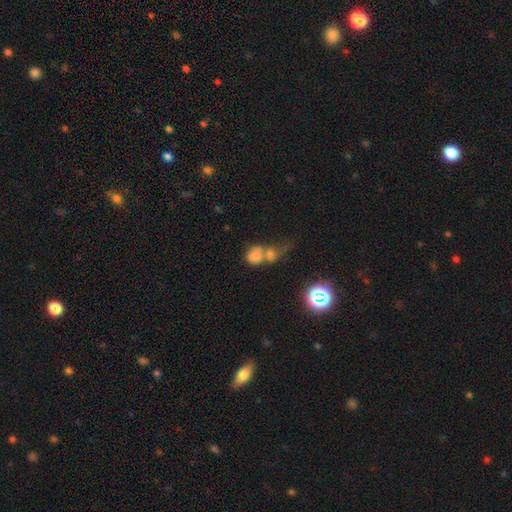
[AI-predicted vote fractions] This is likely a smooth galaxy (69%). How rounded: likely round (62%). Merging: likely merger (66%).